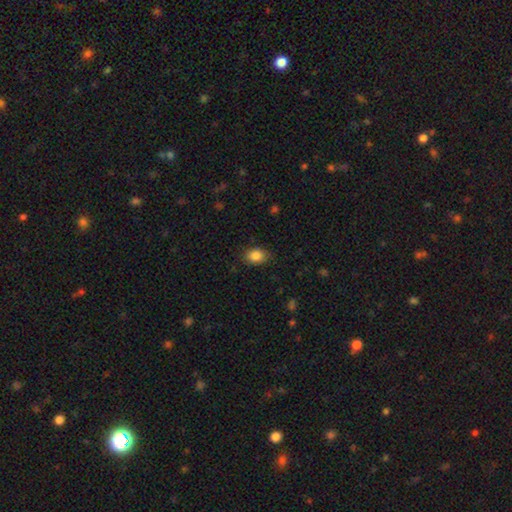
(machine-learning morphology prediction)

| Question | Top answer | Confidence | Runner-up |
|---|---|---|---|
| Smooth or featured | smooth | 86% | star or artifact (9%) |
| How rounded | in between | 73% | round (26%) |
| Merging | none | 81% | minor disturbance (14%) |